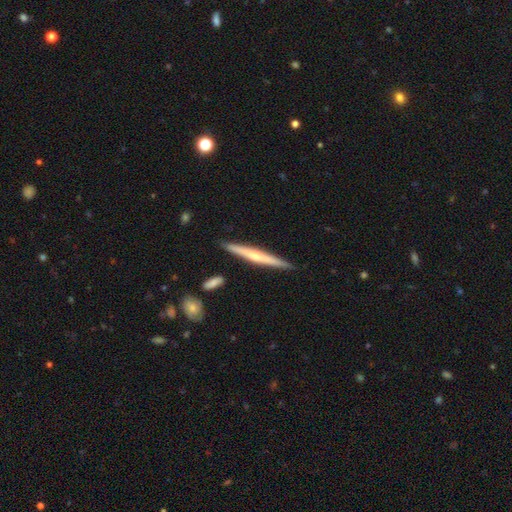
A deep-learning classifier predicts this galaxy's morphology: The model was most divided on "edge-on bulge": rounded: 55%, none: 39%, boxy: 6%. More confident: edge-on disk — yes (97%); merging — none (89%); smooth or featured — featured or disk (59%).